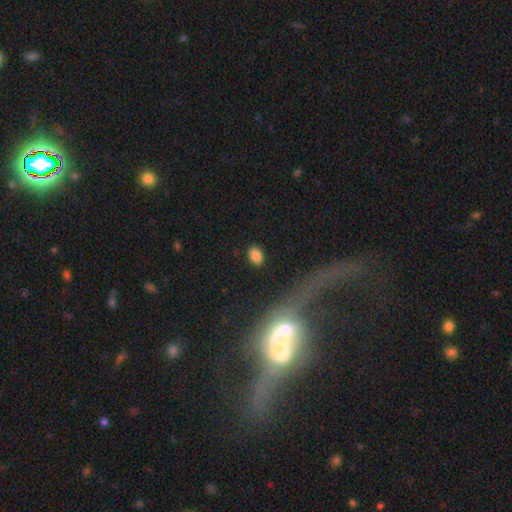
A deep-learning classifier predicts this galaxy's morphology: Q: Smooth or featured?
A: smooth (85%); runner-up: star or artifact (10%)
Q: How rounded?
A: in between (83%); runner-up: round (16%)
Q: Merging?
A: none (87%); runner-up: minor disturbance (9%)